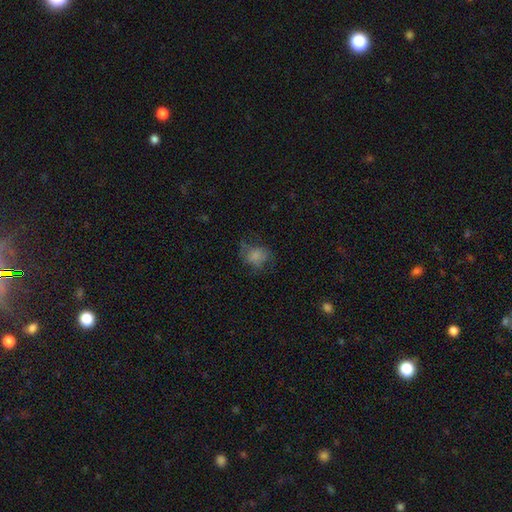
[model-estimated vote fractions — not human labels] This appears to be a smooth galaxy with no disk features (70%) that is round (57%). Merging: none (47%).